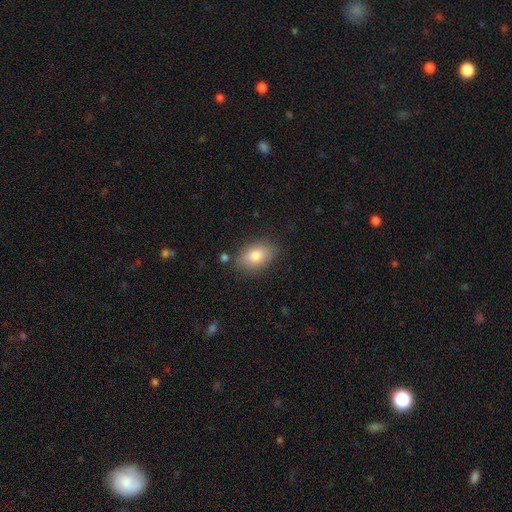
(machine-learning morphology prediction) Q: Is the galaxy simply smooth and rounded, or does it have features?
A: smooth — 78%.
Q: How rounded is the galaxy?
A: in between — 84%.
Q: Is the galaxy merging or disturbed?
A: none — 81%.